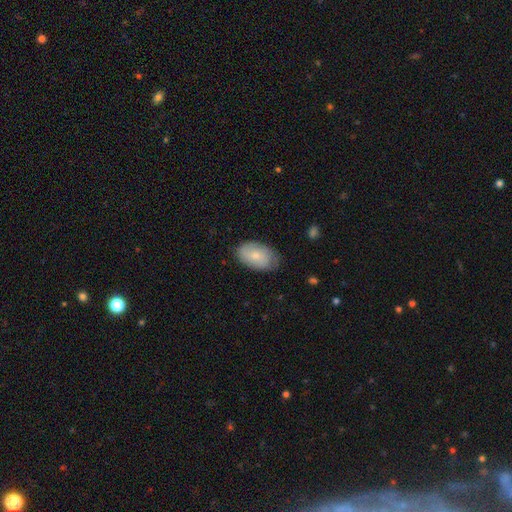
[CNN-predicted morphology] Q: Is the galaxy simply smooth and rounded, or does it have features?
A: smooth — 72%.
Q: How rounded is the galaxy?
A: in between — 91%.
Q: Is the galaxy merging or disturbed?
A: none — 74%.